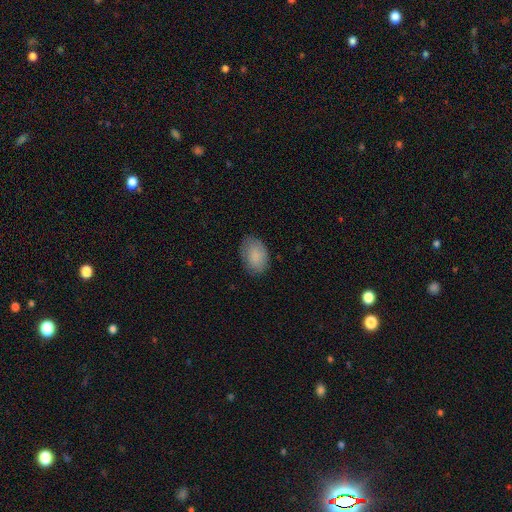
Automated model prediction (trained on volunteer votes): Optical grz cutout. It shows a smooth galaxy with no disk features (86%) that is in between round and cigar-shaped (83%). Merging: none (77%).